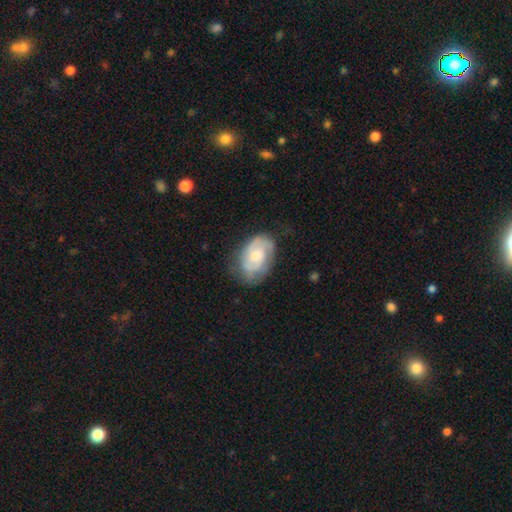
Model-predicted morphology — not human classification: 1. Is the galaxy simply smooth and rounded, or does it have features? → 66% featured or disk, 28% smooth, 6% star or artifact.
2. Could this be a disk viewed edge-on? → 97% no, 3% yes.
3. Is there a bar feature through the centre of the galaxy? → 65% no, 31% weak, 4% strong.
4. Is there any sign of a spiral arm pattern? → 87% yes, 13% no.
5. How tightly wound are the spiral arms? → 48% tight, 39% medium, 13% loose.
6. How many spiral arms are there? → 57% 2, 25% can't tell, 8% 3, 7% 1, 2% 4, 2% more than 4.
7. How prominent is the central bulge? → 44% moderate, 35% small, 10% large, 9% none, 2% dominant.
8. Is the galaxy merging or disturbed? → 66% none, 24% minor disturbance, 9% major disturbance, 2% merger.